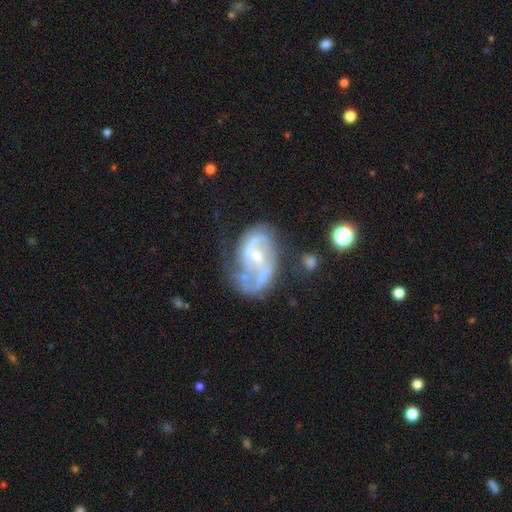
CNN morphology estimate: This appears to be a featured or disk galaxy (83%) with a weak bar (44%), 2 (69%) medium (45%) spiral arms (88%) and a small central bulge (61%). Merging: none (46%).